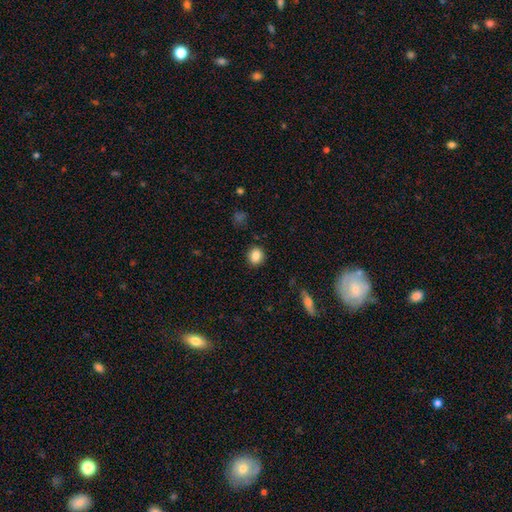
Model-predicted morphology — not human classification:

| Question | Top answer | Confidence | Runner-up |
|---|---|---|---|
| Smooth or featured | smooth | 85% | star or artifact (10%) |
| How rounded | round | 72% | in between (27%) |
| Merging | none | 89% | minor disturbance (8%) |